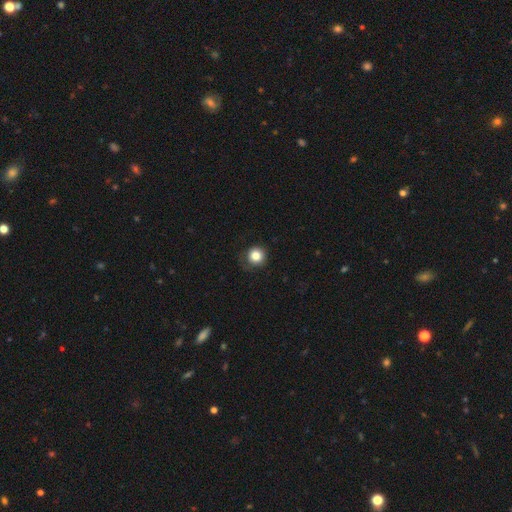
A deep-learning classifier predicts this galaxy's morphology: A smooth galaxy with no disk features (84%) that is round (93%). Merging: none (78%).